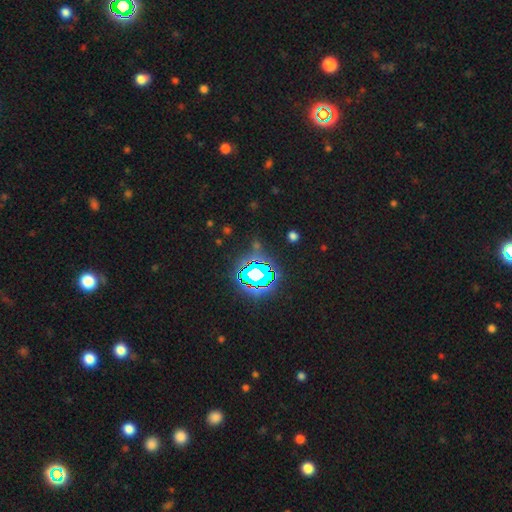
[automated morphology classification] Smooth or featured?
  - star or artifact: 81% *
  - smooth: 12%
  - featured or disk: 7%